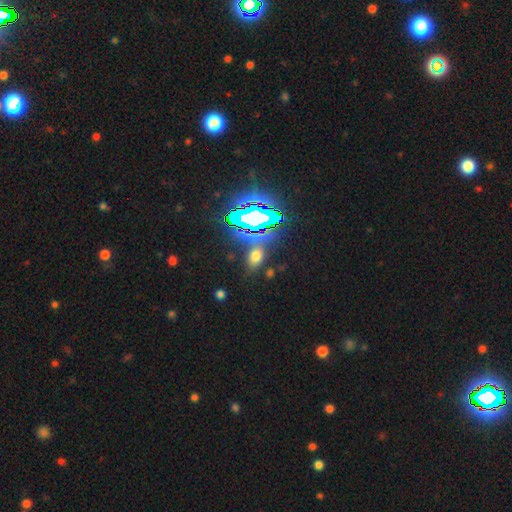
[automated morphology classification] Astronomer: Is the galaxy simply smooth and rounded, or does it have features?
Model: smooth — 52% (runner-up: star or artifact, 39%).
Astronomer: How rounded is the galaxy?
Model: in between — 76%.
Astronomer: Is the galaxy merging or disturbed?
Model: none — 76%.